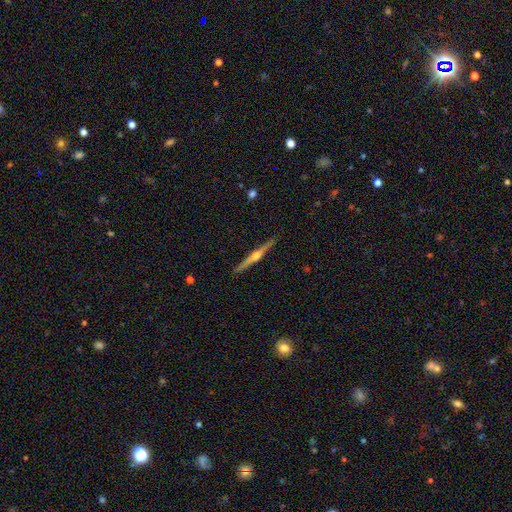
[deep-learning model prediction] Morphology: type=featured or disk (78%); edge-on=yes (98%); edge-on bulge=rounded (94%); merging=none (91%).